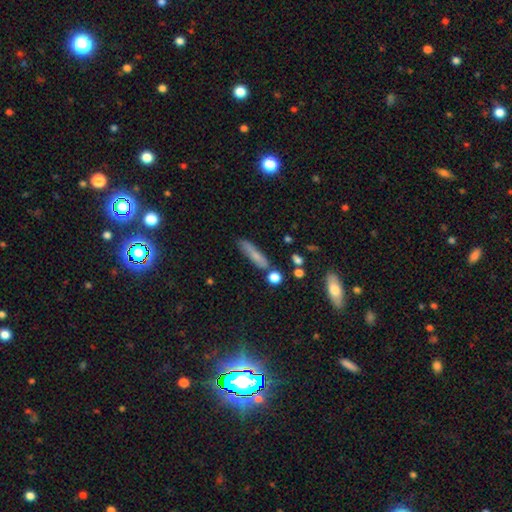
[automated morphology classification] Smooth or featured? Predicted: smooth (p=0.70). How rounded? Predicted: cigar-shaped (p=0.79). Merging? Predicted: none (p=0.74).